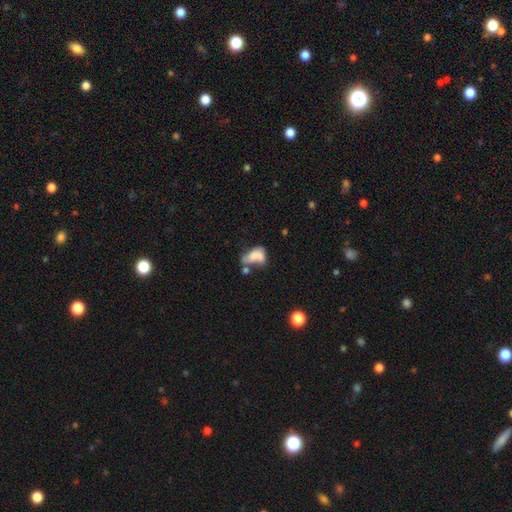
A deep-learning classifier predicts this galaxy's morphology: type=smooth (59%); roundness=in between (86%); merging=merger (41%).